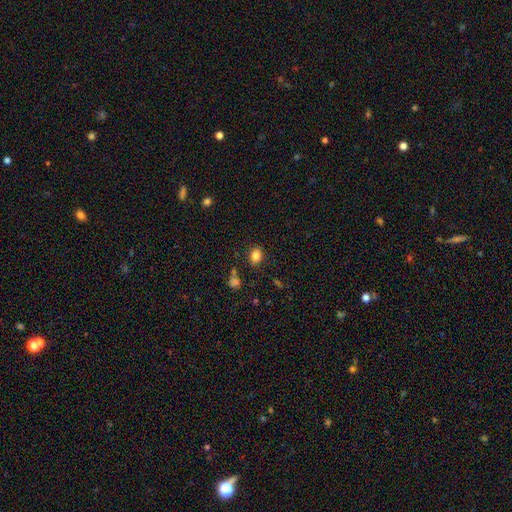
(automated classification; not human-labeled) Smooth or featured?
  - smooth: 83% *
  - star or artifact: 10%
  - featured or disk: 6%
How rounded?
  - in between: 71% *
  - round: 28%
  - cigar-shaped: 1%
Merging?
  - none: 83% *
  - minor disturbance: 11%
  - merger: 3%
  - major disturbance: 3%